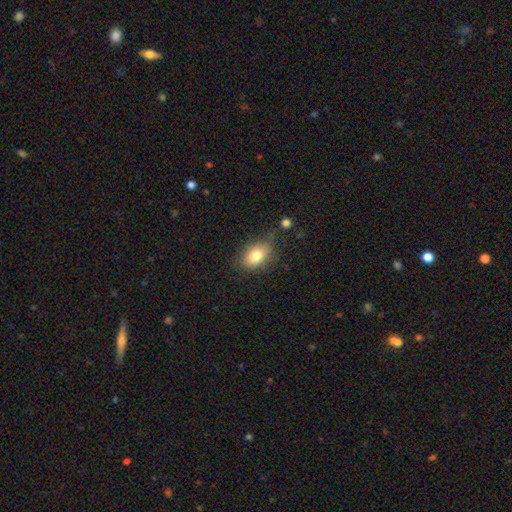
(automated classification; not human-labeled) Smooth or featured?
  - smooth: 80% *
  - featured or disk: 11%
  - star or artifact: 9%
How rounded?
  - in between: 81% *
  - round: 17%
  - cigar-shaped: 2%
Merging?
  - none: 71% *
  - minor disturbance: 21%
  - major disturbance: 5%
  - merger: 3%